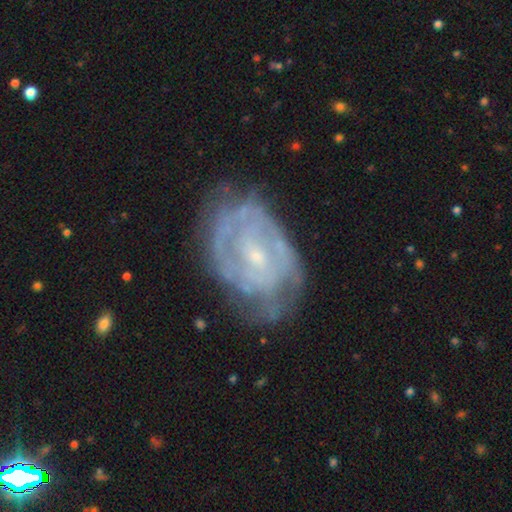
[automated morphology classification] smooth_or_featured: featured or disk (p=0.79) [alt: smooth p=0.14]
disk_edge_on: no (p=0.97) [alt: yes p=0.03]
bar: no (p=0.52) [alt: weak p=0.39]
has_spiral_arms: yes (p=0.79) [alt: no p=0.21]
spiral_winding: tight (p=0.63) [alt: medium p=0.28]
spiral_arm_count: can't tell (p=0.50) [alt: 2 p=0.26]
bulge_size: small (p=0.73) [alt: moderate p=0.21]
merging: none (p=0.62) [alt: minor disturbance p=0.25]